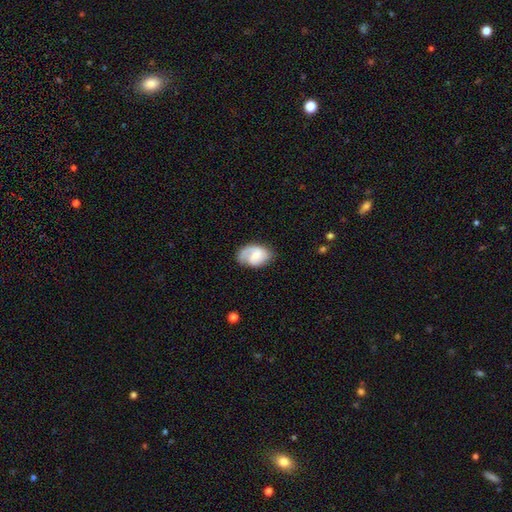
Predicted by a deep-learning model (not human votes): Q: Smooth or featured?
A: featured or disk (58%); runner-up: smooth (36%)
Q: Edge-on disk?
A: no (96%); runner-up: yes (4%)
Q: Bar?
A: no (49%); runner-up: weak (42%)
Q: Spiral arms?
A: yes (89%); runner-up: no (11%)
Q: Bulge size?
A: small (45%); runner-up: moderate (37%)
Q: Merging?
A: none (64%); runner-up: minor disturbance (25%)